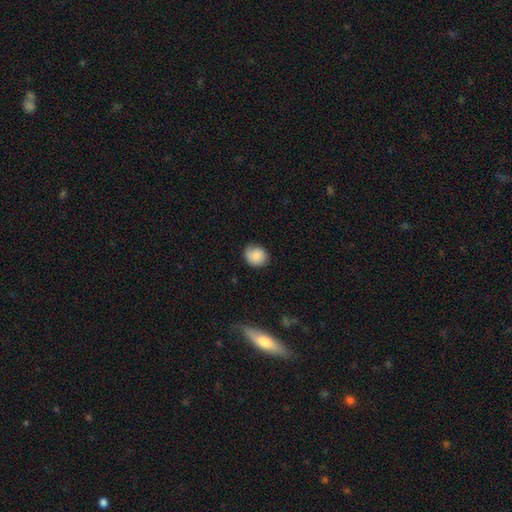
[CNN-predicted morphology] A smooth galaxy with no disk features (82%) that is round (75%). Merging: none (77%).